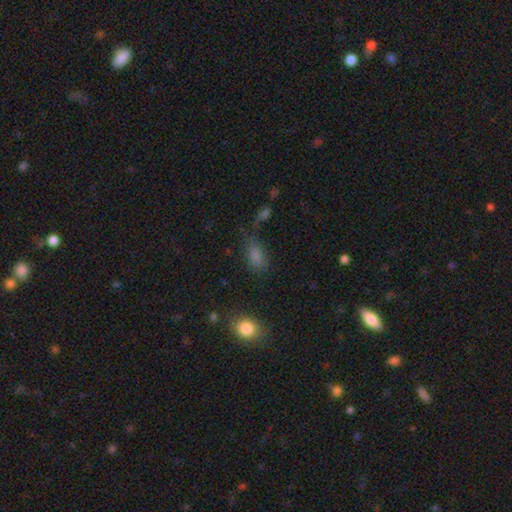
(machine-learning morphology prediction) type=smooth (78%); roundness=in between (87%); merging=none (55%).